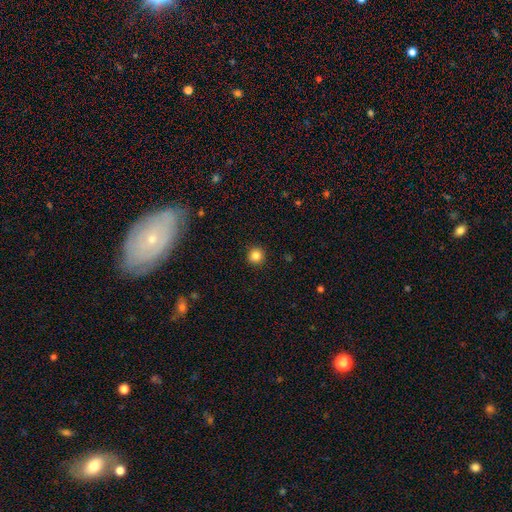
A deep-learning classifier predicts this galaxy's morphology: This appears to be a smooth galaxy with no disk features (85%) that is round (95%). Merging: none (93%).